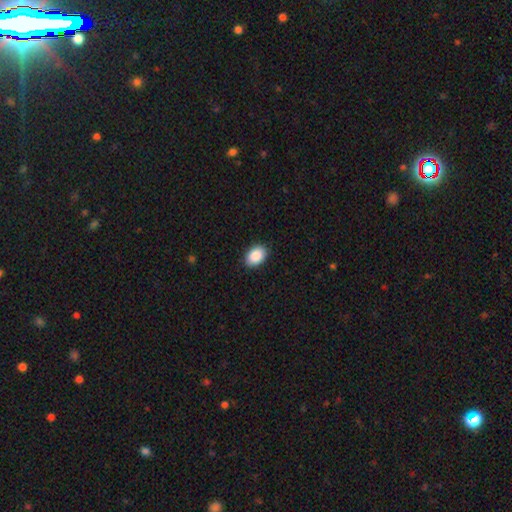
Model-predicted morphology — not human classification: smooth 89%, star or artifact 7%, featured or disk 4%. Down the decision tree: how rounded — in between (85%); merging — none (88%).